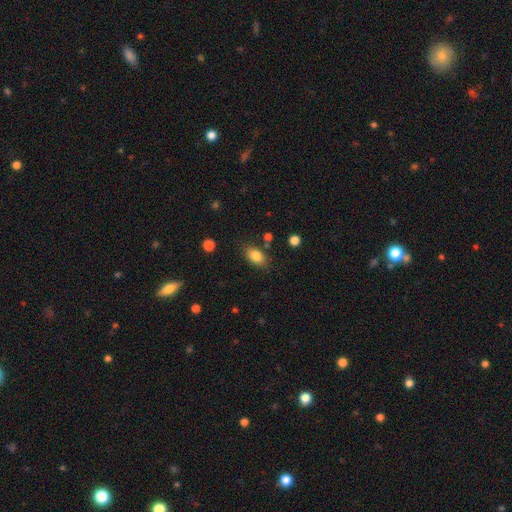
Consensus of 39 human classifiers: This is clearly a smooth galaxy (87%). How rounded: clearly in between (82%). Merging: likely none (68%).